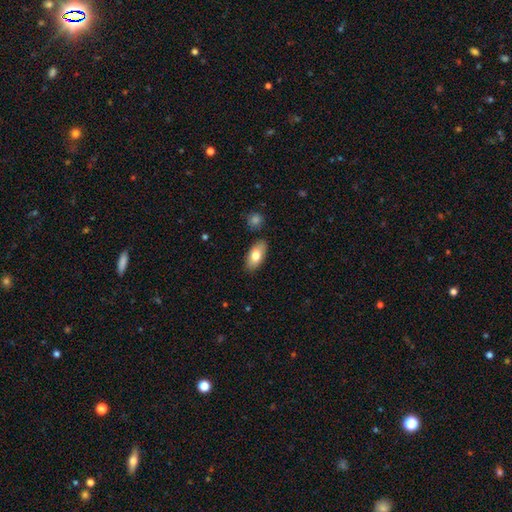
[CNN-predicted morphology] smooth 76%, featured or disk 18%, star or artifact 6%. Down the decision tree: how rounded — in between (90%); merging — none (85%).